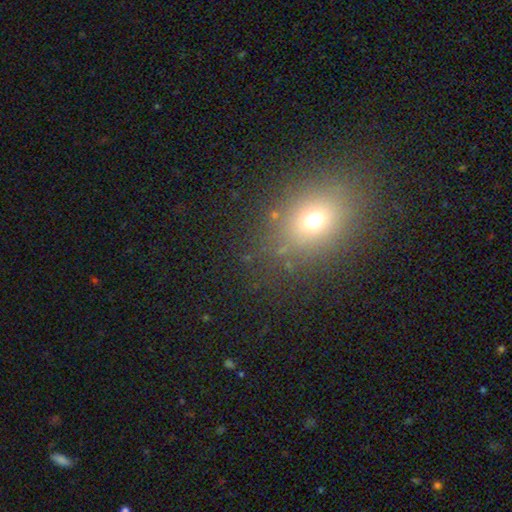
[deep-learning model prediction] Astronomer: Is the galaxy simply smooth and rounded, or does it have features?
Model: smooth — 64%.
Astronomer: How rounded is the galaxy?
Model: in between — 59% (runner-up: round, 39%).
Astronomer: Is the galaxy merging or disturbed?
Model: none — 87%.